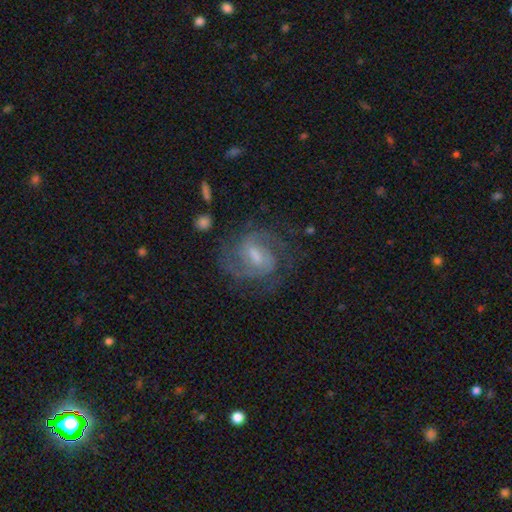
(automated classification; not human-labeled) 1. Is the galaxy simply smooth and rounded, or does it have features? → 82% featured or disk, 11% smooth, 6% star or artifact.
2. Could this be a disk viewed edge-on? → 97% no, 3% yes.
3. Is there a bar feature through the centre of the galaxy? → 60% weak, 24% strong, 16% no.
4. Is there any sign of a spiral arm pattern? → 94% yes, 6% no.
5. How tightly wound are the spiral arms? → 48% medium, 40% tight, 12% loose.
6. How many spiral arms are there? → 60% 2, 17% can't tell, 13% 3, 4% 1, 3% 4, 3% more than 4.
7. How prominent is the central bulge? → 40% moderate, 36% small, 14% none, 9% large, 1% dominant.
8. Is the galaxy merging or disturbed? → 66% none, 18% minor disturbance, 14% major disturbance, 2% merger.